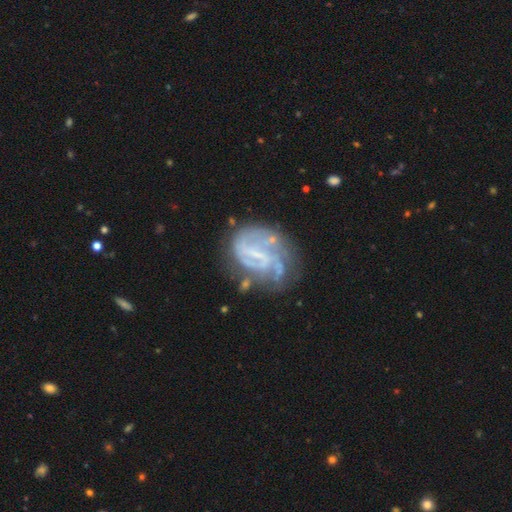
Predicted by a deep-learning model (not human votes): This appears to be a featured or disk galaxy (75%) with a weak bar (42%), tight (39%) spiral arms (81%) and no central bulge (48%). Merging: none (56%).